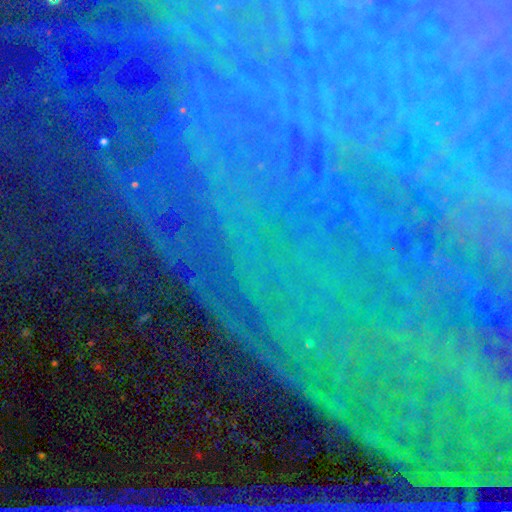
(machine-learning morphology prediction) Q: Smooth or featured?
A: star or artifact (82%); runner-up: featured or disk (10%)